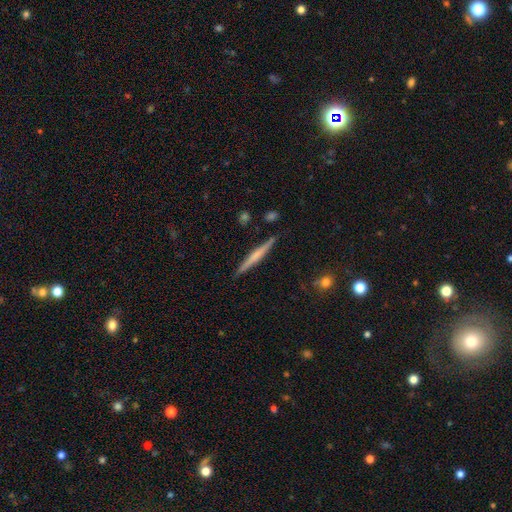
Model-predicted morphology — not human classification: A featured or disk galaxy (54%) viewed edge-on (98%) with no central bulge (51%). Merging: none (89%).